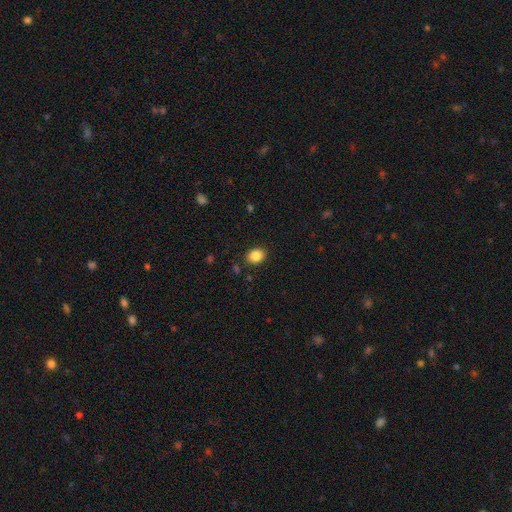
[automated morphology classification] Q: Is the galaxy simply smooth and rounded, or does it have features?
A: smooth — 86%.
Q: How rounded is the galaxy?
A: in between — 55%.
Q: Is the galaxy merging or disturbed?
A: none — 89%.